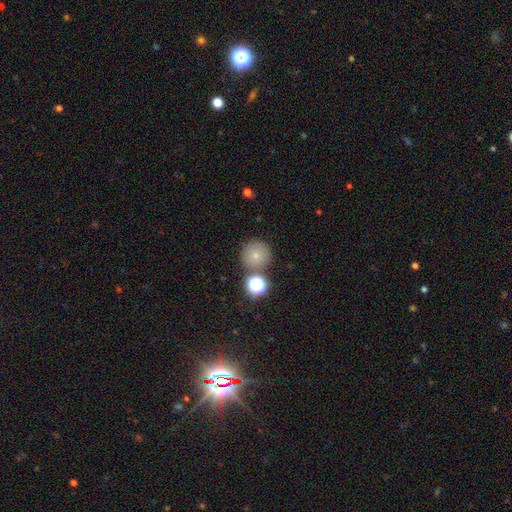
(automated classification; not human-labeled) Q: Smooth or featured?
A: smooth (74%); runner-up: star or artifact (16%)
Q: How rounded?
A: round (95%); runner-up: in between (4%)
Q: Merging?
A: none (75%); runner-up: merger (14%)